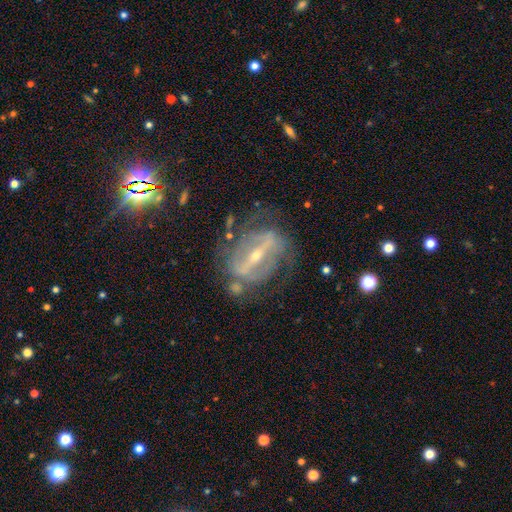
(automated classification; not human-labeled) A featured or disk galaxy (85%) with a strong bar (81%), 2 (58%) tight (42%) spiral arms (71%) and a small central bulge (63%). Merging: none (60%).